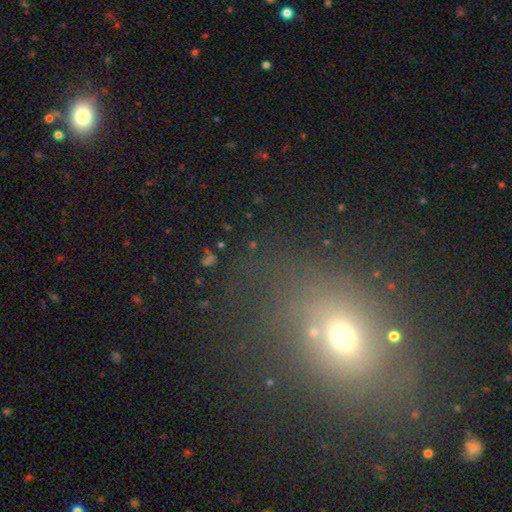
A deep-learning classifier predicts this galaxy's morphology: Smooth or featured?
  - smooth: 49% *
  - star or artifact: 38%
  - featured or disk: 14%
Merging?
  - none: 71% *
  - minor disturbance: 13%
  - major disturbance: 9%
  - merger: 7%